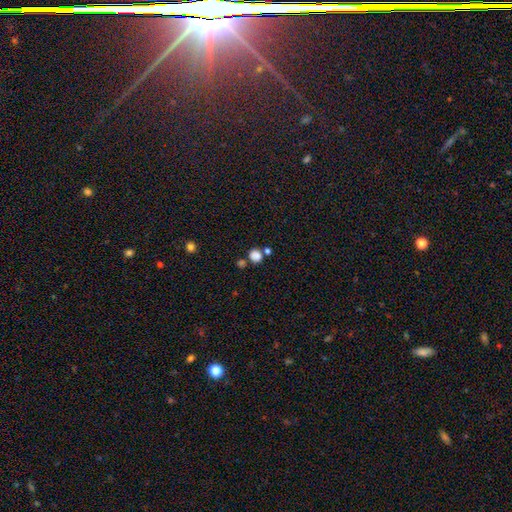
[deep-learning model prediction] The model was most divided on "merging": none: 67%, merger: 19%, minor disturbance: 10%, major disturbance: 4%. More confident: how rounded — round (85%); smooth or featured — smooth (81%).